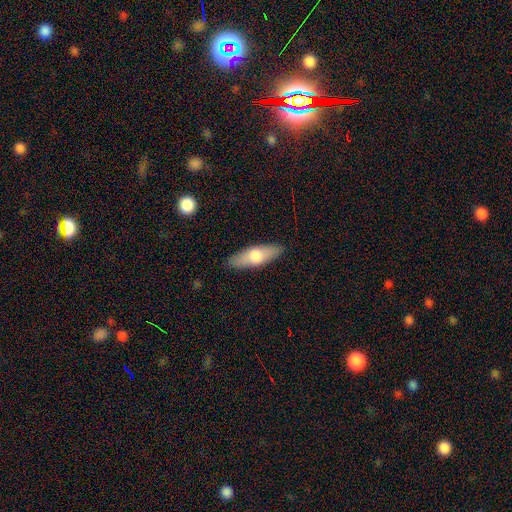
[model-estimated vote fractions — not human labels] A smooth galaxy with no disk features (65%) that is in between round and cigar-shaped (56%). Merging: none (87%).